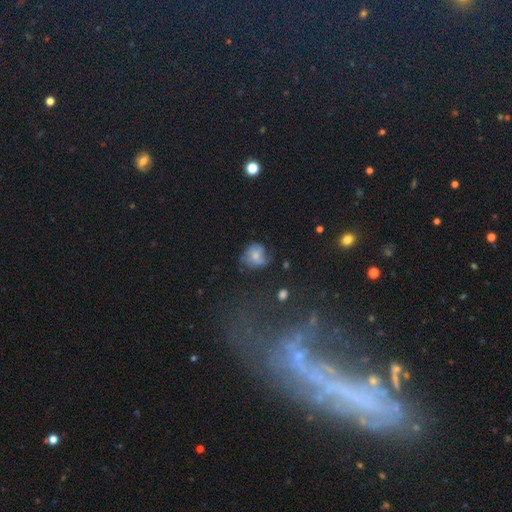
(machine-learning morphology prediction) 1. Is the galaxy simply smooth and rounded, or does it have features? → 49% smooth, 39% featured or disk, 12% star or artifact.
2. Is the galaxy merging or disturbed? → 46% none, 30% minor disturbance, 20% major disturbance, 4% merger.